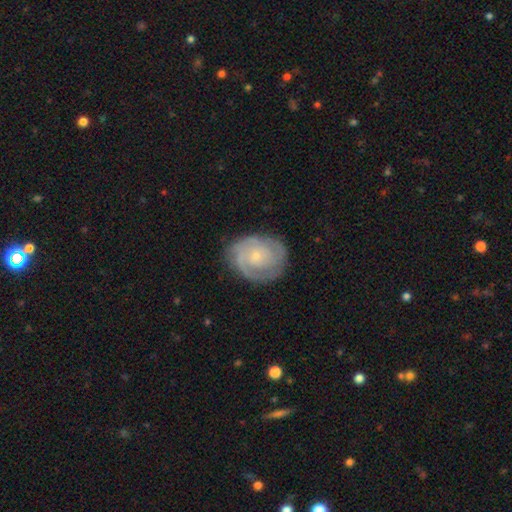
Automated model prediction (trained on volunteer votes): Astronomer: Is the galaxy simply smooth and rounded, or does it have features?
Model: featured or disk — 77%.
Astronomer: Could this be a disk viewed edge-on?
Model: no — 97%.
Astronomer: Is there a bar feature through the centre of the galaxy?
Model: no — 75%.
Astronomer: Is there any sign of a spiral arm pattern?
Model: yes — 93%.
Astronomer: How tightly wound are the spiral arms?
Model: tight — 66%.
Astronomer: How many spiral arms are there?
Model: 2 — 40% (runner-up: can't tell, 28%).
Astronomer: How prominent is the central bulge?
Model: small — 73%.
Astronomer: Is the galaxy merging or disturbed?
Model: none — 76%.